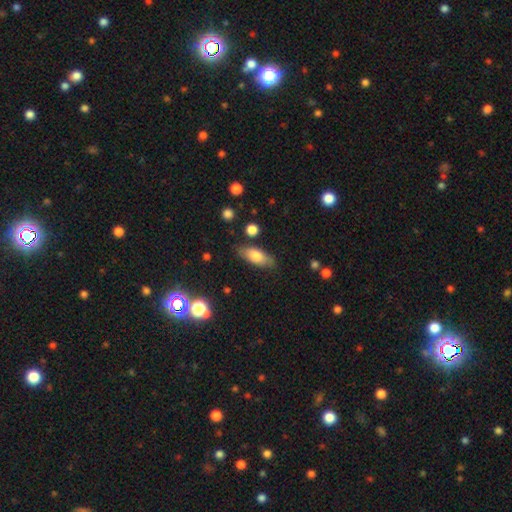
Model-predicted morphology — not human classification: This is likely a smooth galaxy (75%). How rounded: likely in between (77%). Merging: clearly none (81%).